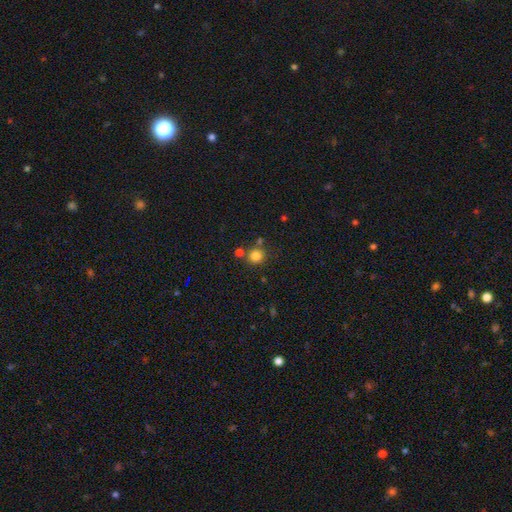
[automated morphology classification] Smooth or featured?
  - smooth: 81% *
  - star or artifact: 13%
  - featured or disk: 6%
How rounded?
  - round: 92% *
  - in between: 7%
  - cigar-shaped: 1%
Merging?
  - none: 74% *
  - merger: 14%
  - minor disturbance: 9%
  - major disturbance: 3%